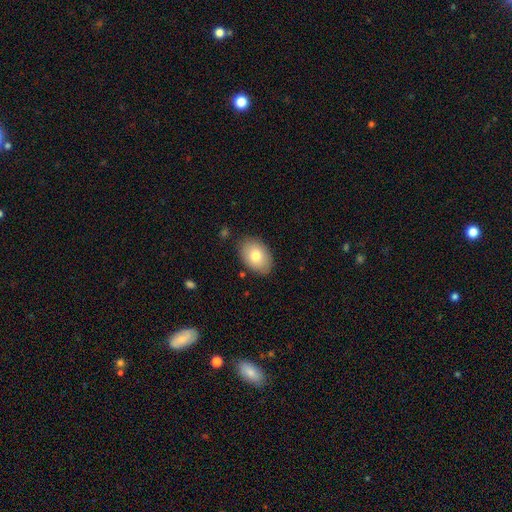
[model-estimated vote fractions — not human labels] Smooth or featured? smooth (78%)
How rounded? in between (84%)
Merging? none (84%)